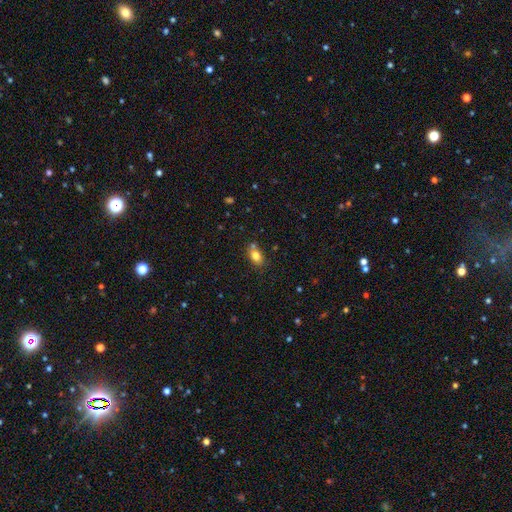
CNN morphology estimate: Smooth or featured?
  - smooth: 80% *
  - star or artifact: 10%
  - featured or disk: 10%
How rounded?
  - in between: 81% *
  - round: 16%
  - cigar-shaped: 3%
Merging?
  - none: 64% *
  - merger: 17%
  - minor disturbance: 15%
  - major disturbance: 4%